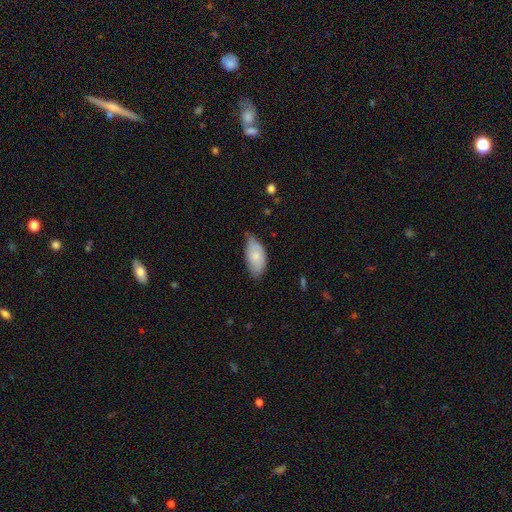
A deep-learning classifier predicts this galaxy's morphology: smooth-or-featured: smooth: 75% | featured or disk: 19% | star or artifact: 6%
  how-rounded: in between: 93% | cigar-shaped: 3% | round: 3%
  merging: none: 53% | minor disturbance: 40% | major disturbance: 6% | merger: 2%